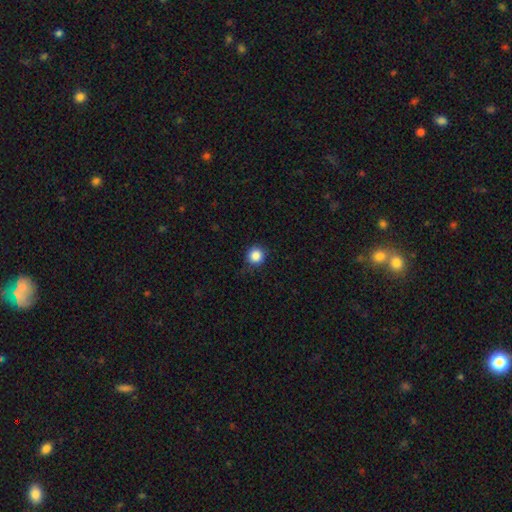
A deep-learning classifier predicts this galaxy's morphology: Q: Smooth or featured?
A: smooth (86%); runner-up: star or artifact (10%)
Q: How rounded?
A: round (93%); runner-up: in between (6%)
Q: Merging?
A: none (85%); runner-up: minor disturbance (11%)